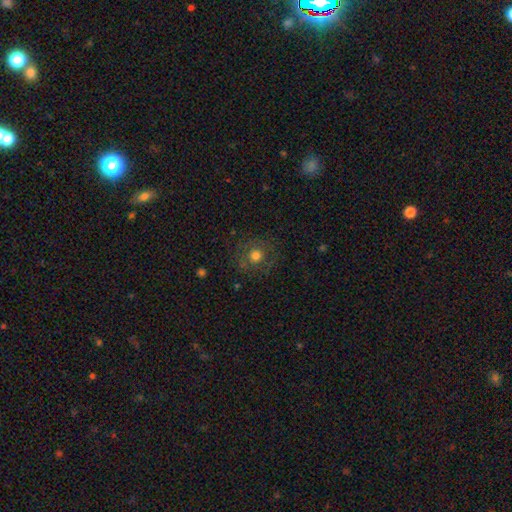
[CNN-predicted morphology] The model was most divided on "smooth or featured": smooth: 63%, featured or disk: 23%, star or artifact: 14%. More confident: how rounded — round (91%); merging — none (80%).